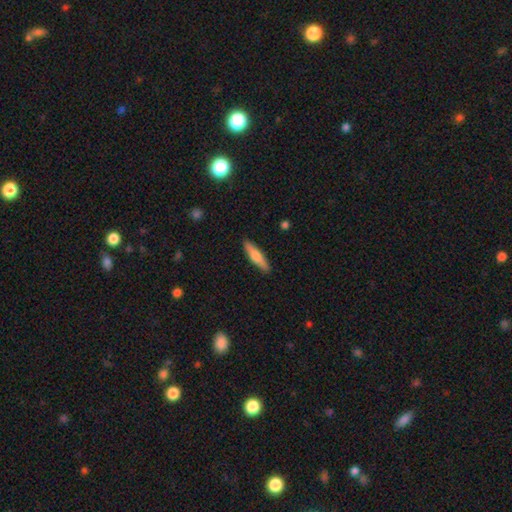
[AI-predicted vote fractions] A smooth galaxy with no disk features (60%) that is cigar-shaped (78%). Merging: none (90%).